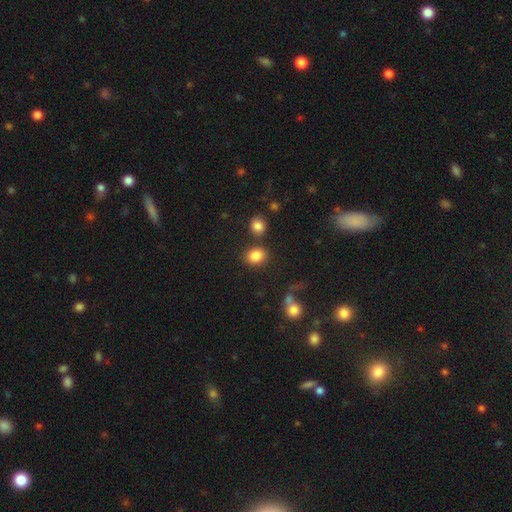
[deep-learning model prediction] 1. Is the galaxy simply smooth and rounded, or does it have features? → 85% smooth, 10% star or artifact, 5% featured or disk.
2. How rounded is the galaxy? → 53% round, 45% in between, 1% cigar-shaped.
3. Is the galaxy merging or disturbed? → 76% none, 10% merger, 9% minor disturbance, 4% major disturbance.